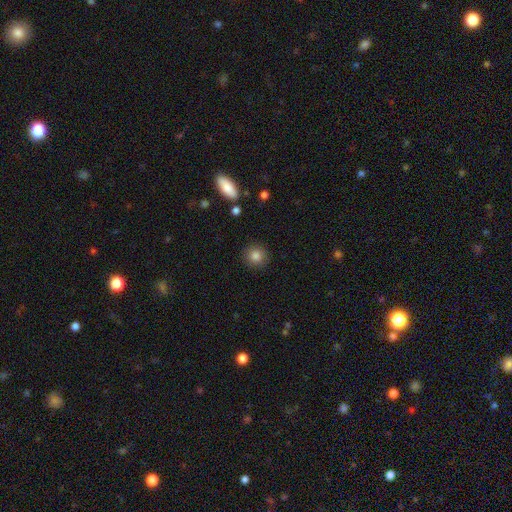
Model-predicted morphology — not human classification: smooth-or-featured: smooth: 85% | star or artifact: 10% | featured or disk: 5%
  how-rounded: round: 91% | in between: 8% | cigar-shaped: 1%
  merging: none: 90% | minor disturbance: 7% | major disturbance: 2% | merger: 1%